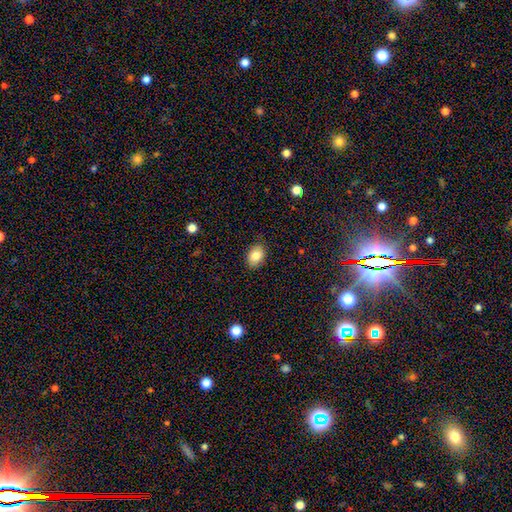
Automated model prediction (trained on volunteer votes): This is clearly a smooth galaxy (85%). How rounded: clearly in between (82%). Merging: clearly none (86%).